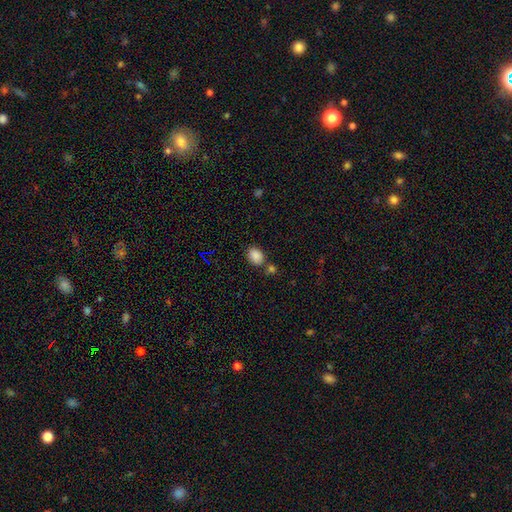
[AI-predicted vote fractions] smooth_or_featured: smooth (p=0.86) [alt: star or artifact p=0.10]
how_rounded: in between (p=0.72) [alt: round p=0.27]
merging: none (p=0.67) [alt: merger p=0.17]